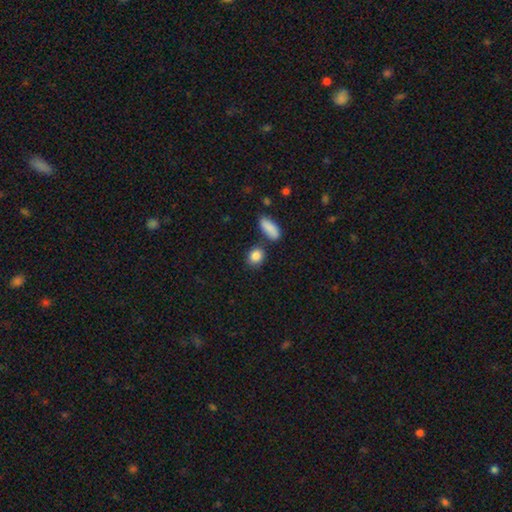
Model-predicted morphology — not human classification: type=smooth (86%); roundness=round (57%); merging=none (72%).